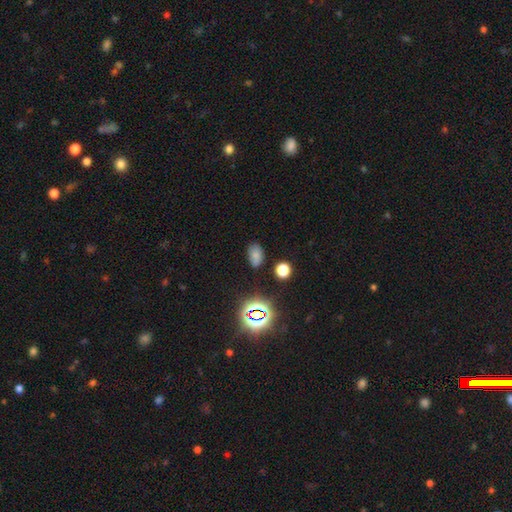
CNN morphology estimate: smooth_or_featured: smooth (p=0.68) [alt: star or artifact p=0.23]
how_rounded: in between (p=0.87) [alt: round p=0.11]
merging: none (p=0.75) [alt: minor disturbance p=0.17]